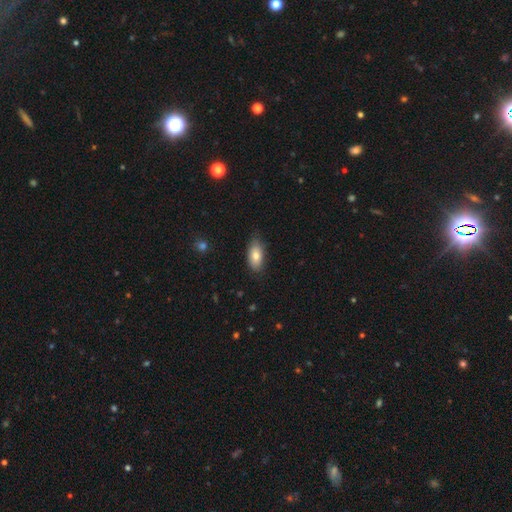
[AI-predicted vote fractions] Smooth or featured: smooth — 79% (featured or disk — 14%)
How rounded: in between — 90% (cigar-shaped — 6%)
Merging: none — 75% (minor disturbance — 20%)